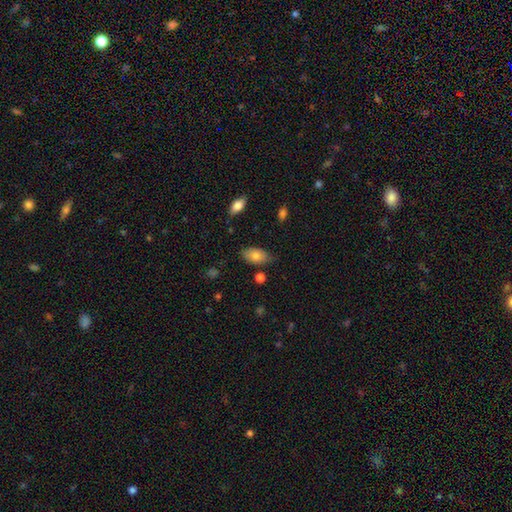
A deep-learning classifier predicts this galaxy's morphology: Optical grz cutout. It shows a smooth galaxy with no disk features (80%) that is in between round and cigar-shaped (92%). Merging: none (75%).